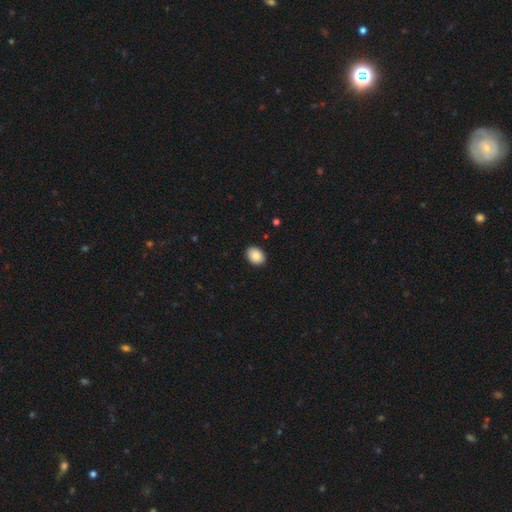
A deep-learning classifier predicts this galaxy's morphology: smooth 87%, star or artifact 8%, featured or disk 5%. Down the decision tree: how rounded — in between (66%); merging — none (91%).